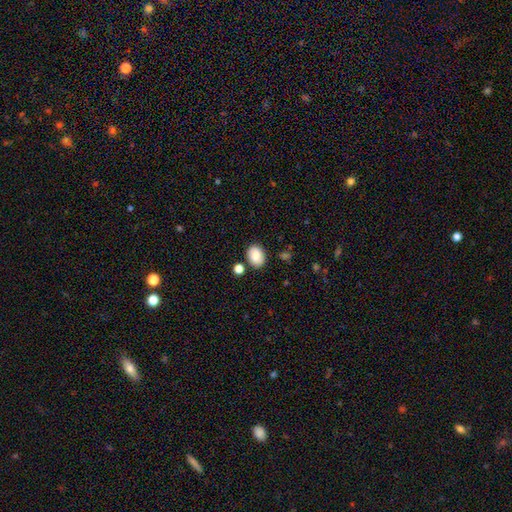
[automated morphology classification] Smooth or featured? smooth (82%)
How rounded? in between (65%)
Merging? none (81%)